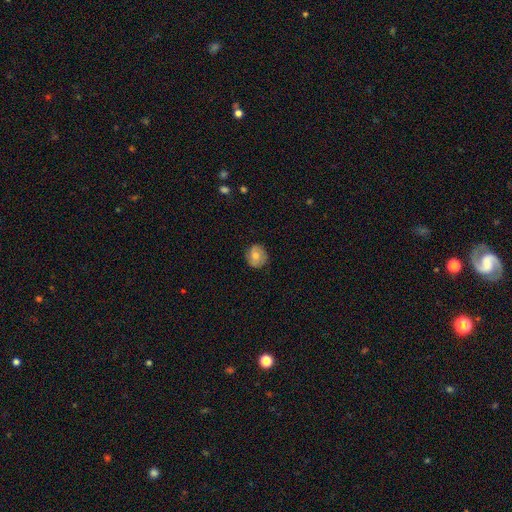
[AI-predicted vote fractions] smooth_or_featured: smooth (p=0.64) [alt: featured or disk p=0.28]
how_rounded: round (p=0.80) [alt: in between p=0.19]
merging: none (p=0.79) [alt: minor disturbance p=0.16]